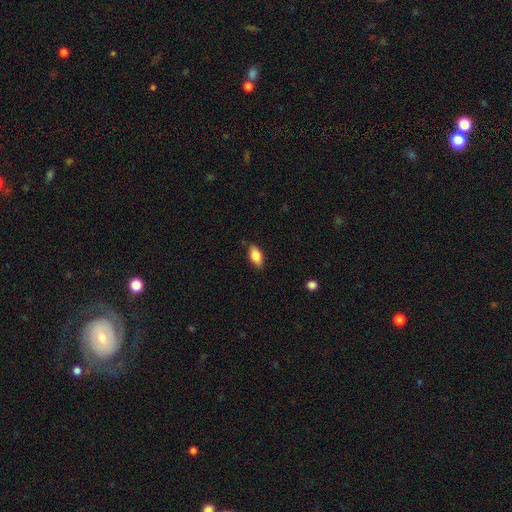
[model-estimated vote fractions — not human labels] A smooth galaxy with no disk features (84%) that is in between round and cigar-shaped (89%).

Vote fractions:
- Smooth or featured? smooth: 84% / featured or disk: 9% / star or artifact: 7%
- How rounded? in between: 89% / cigar-shaped: 7% / round: 4%
- Merging? none: 83% / minor disturbance: 13% / major disturbance: 3% / merger: 1%